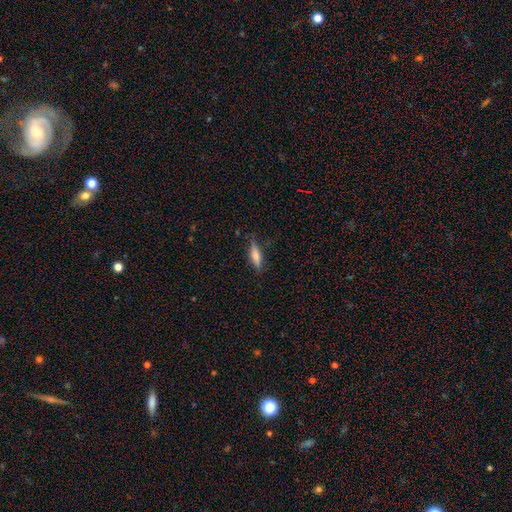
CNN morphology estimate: The model was most divided on "how rounded": cigar-shaped: 67%, in between: 31%, round: 2%. More confident: merging — none (78%); smooth or featured — smooth (66%).